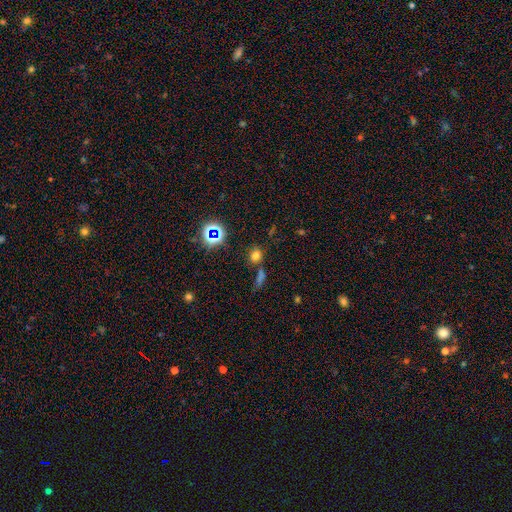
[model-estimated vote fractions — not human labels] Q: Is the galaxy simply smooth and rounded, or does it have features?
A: smooth — 66%.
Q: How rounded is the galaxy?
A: round — 65%.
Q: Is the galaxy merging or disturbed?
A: none — 71%.